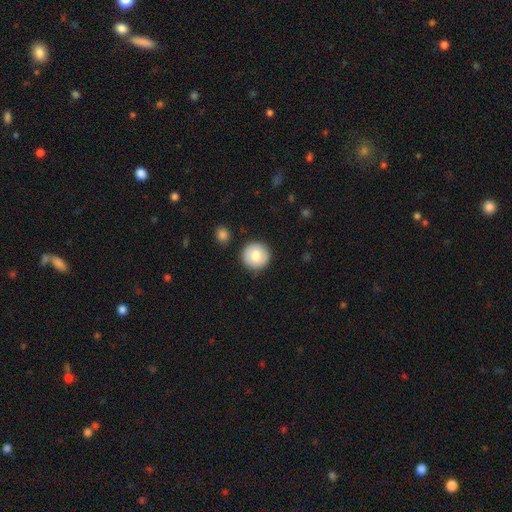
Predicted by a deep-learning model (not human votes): Q: Smooth or featured?
A: smooth (73%); runner-up: featured or disk (20%)
Q: How rounded?
A: round (94%); runner-up: in between (5%)
Q: Merging?
A: none (89%); runner-up: minor disturbance (7%)